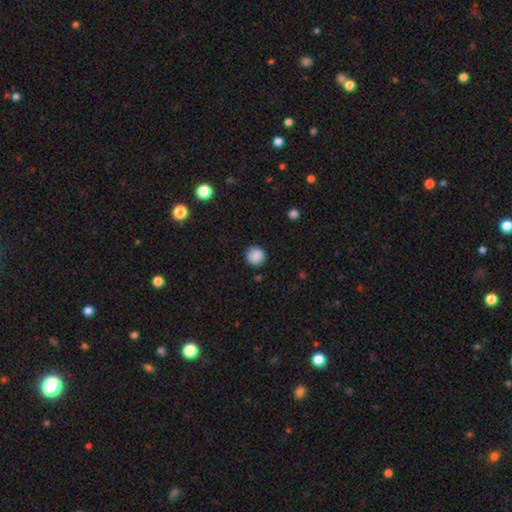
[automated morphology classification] Overall: smooth (88%). How rounded: round (94%). Merging: none (89%).